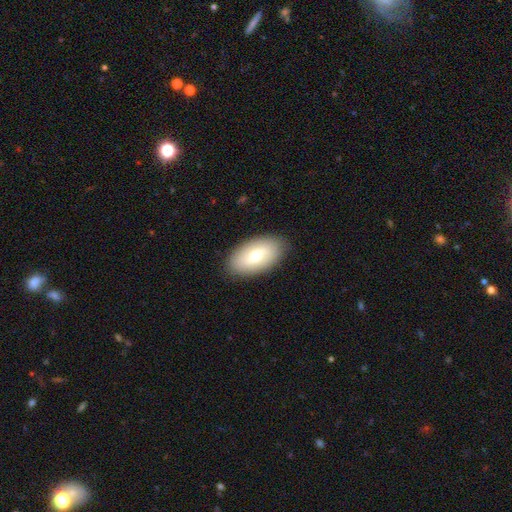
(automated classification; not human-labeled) A smooth galaxy with no disk features (61%) that is in between round and cigar-shaped (93%). Merging: none (88%).